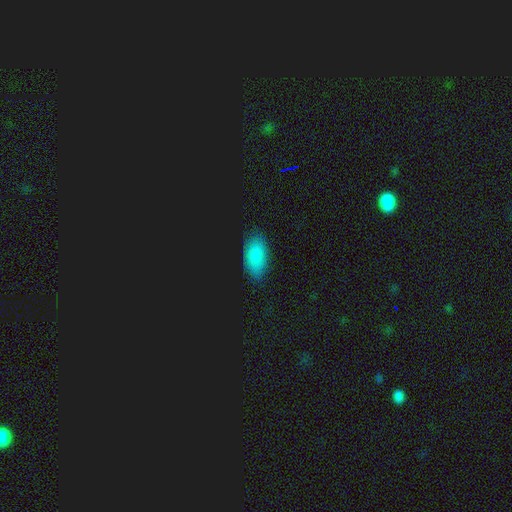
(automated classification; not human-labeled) A smooth galaxy with no disk features (81%) that is in between round and cigar-shaped (94%).

Vote fractions:
- Smooth or featured? smooth: 81% / star or artifact: 13% / featured or disk: 6%
- How rounded? in between: 94% / round: 3% / cigar-shaped: 3%
- Merging? none: 83% / minor disturbance: 13% / major disturbance: 3% / merger: 1%